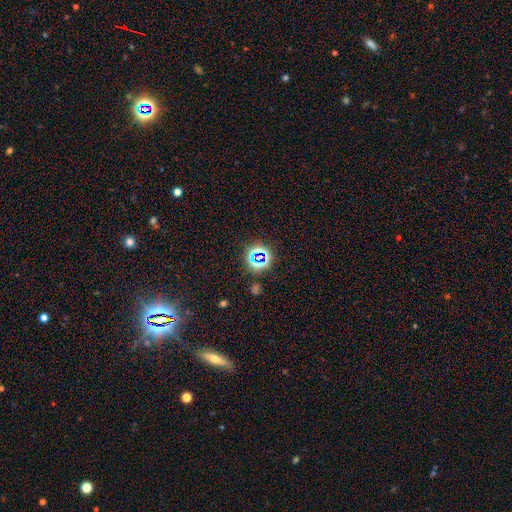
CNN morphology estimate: type=star or artifact (69%).